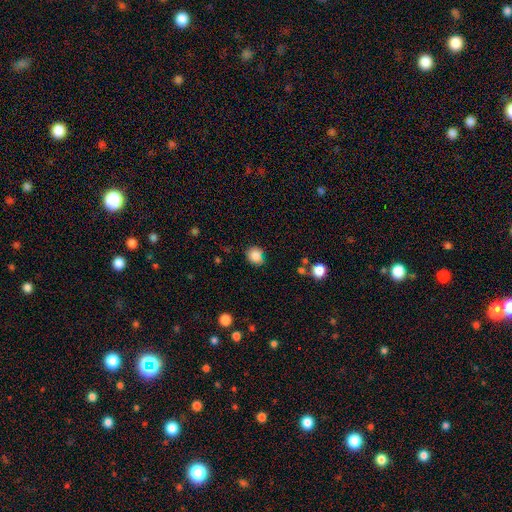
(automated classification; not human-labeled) Overall: smooth (85%). How rounded: round (75%). Merging: none (70%).